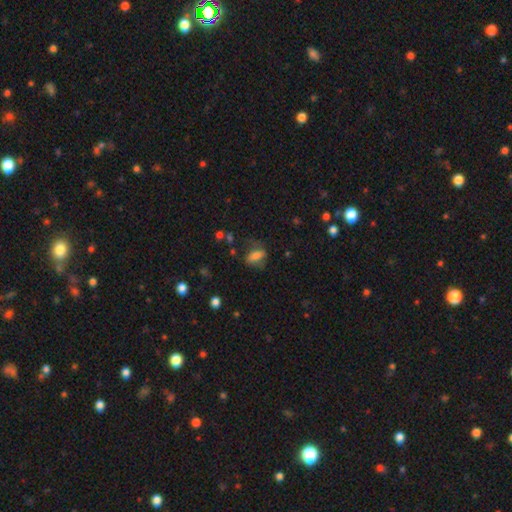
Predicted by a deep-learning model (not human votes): smooth 67%, featured or disk 22%, star or artifact 11%. Down the decision tree: how rounded — in between (80%); merging — none (52%).